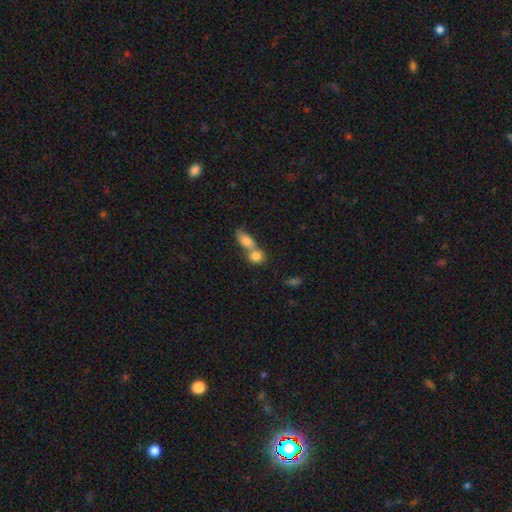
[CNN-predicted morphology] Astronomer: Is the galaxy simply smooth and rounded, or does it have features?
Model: smooth — 81%.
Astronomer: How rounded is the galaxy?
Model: round — 52% (runner-up: in between, 43%).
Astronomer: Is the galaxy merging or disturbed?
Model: merger — 64%.